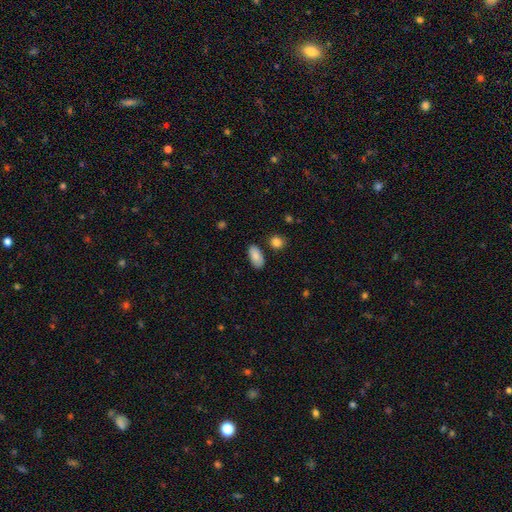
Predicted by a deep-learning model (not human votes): A smooth galaxy with no disk features (86%) that is in between round and cigar-shaped (93%).

Vote fractions:
- Smooth or featured? smooth: 86% / star or artifact: 7% / featured or disk: 7%
- How rounded? in between: 93% / cigar-shaped: 4% / round: 3%
- Merging? none: 81% / minor disturbance: 12% / merger: 4% / major disturbance: 3%